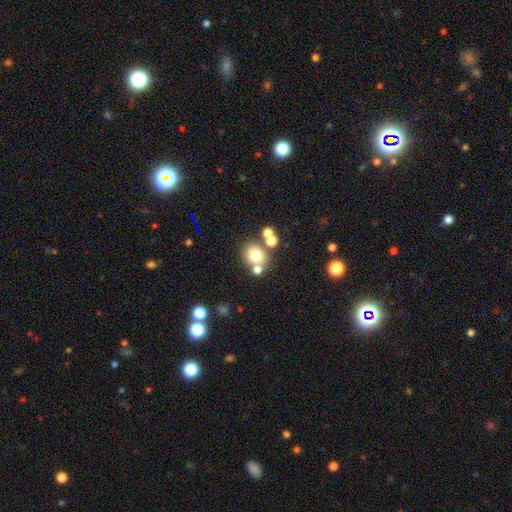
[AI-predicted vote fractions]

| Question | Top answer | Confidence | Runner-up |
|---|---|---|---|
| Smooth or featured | smooth | 71% | star or artifact (15%) |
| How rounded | round | 74% | in between (25%) |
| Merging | none | 61% | merger (25%) |